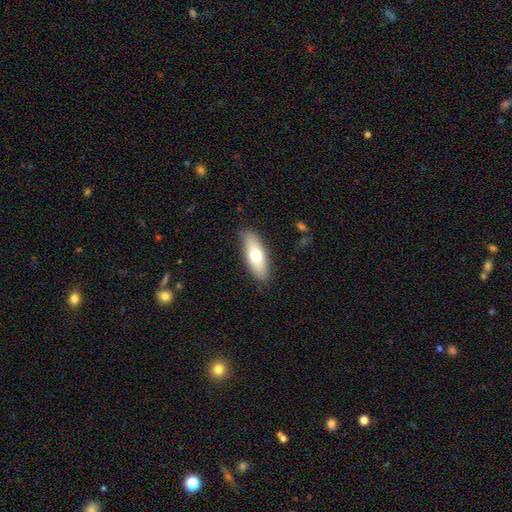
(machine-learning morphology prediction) Smooth or featured? Predicted: smooth (p=0.68). How rounded? Predicted: in between (p=0.65). Merging? Predicted: none (p=0.86).